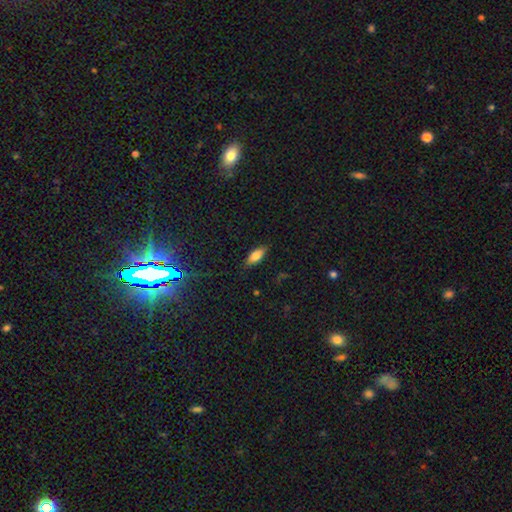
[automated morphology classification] smooth-or-featured: smooth: 75% | featured or disk: 17% | star or artifact: 9%
  how-rounded: in between: 75% | cigar-shaped: 22% | round: 3%
  merging: none: 84% | minor disturbance: 13% | major disturbance: 3% | merger: 1%